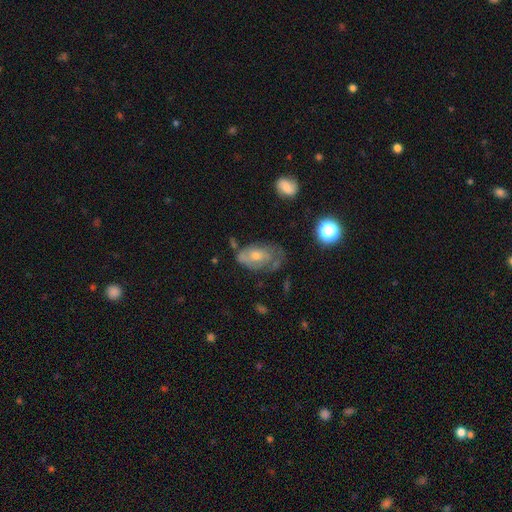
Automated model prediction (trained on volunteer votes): Smooth or featured? featured or disk (50%)
Merging? none (37%)